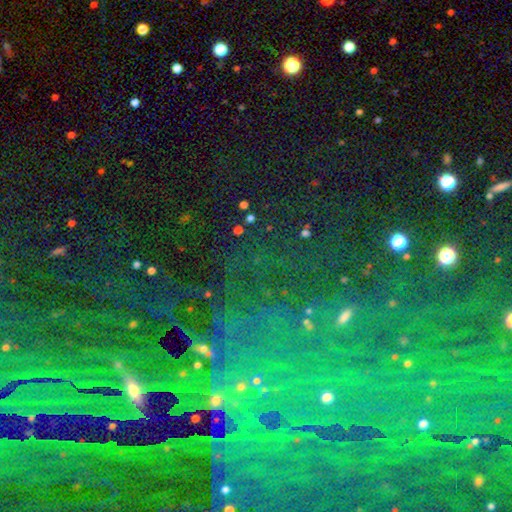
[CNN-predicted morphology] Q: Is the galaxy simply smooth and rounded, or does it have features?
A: star or artifact — 65%.